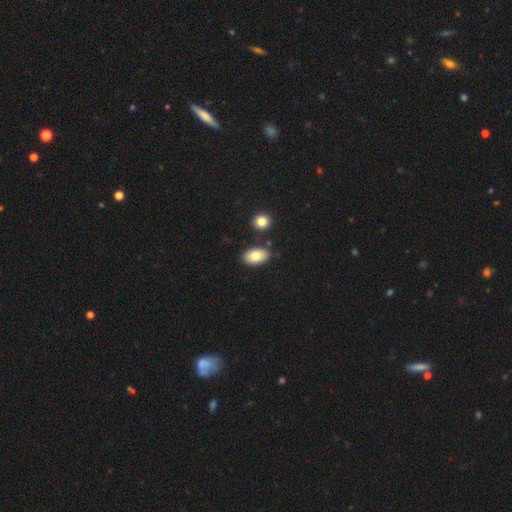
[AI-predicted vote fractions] A smooth galaxy with no disk features (80%) that is in between round and cigar-shaped (92%).

Vote fractions:
- Smooth or featured? smooth: 80% / featured or disk: 13% / star or artifact: 7%
- How rounded? in between: 92% / round: 6% / cigar-shaped: 2%
- Merging? none: 81% / minor disturbance: 10% / merger: 7% / major disturbance: 2%